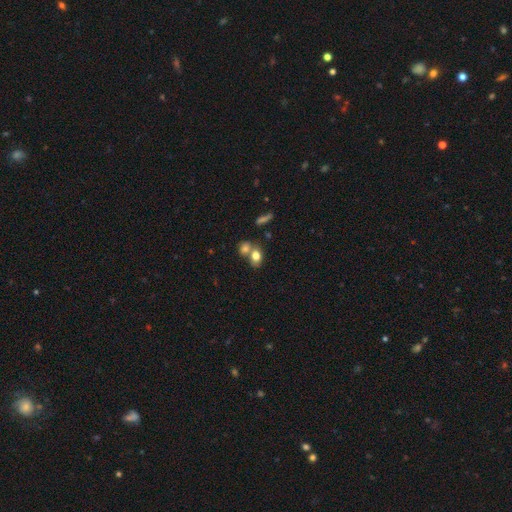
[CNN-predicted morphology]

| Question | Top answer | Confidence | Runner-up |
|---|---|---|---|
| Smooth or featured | smooth | 77% | featured or disk (13%) |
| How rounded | in between | 63% | round (35%) |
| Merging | merger | 46% | none (40%) |